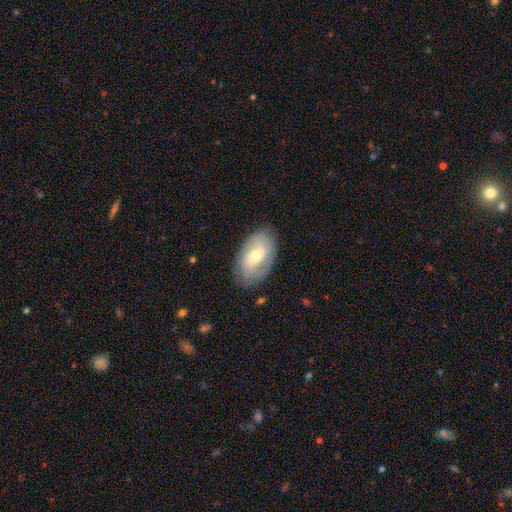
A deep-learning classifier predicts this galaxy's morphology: Overall: featured or disk (69%). Edge-on disk: no (94%). Bar: no (52%; weak 38%). Spiral arms: yes (85%). Spiral arm count: 2 (56%; can't tell 26%). Spiral winding: tight (46%; medium 38%). Bulge size: moderate (55%; small 40%). Merging: none (79%).